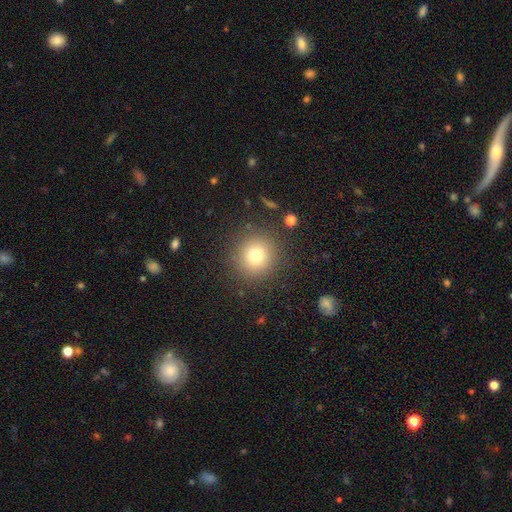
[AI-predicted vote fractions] Smooth or featured? Predicted: smooth (p=0.75). How rounded? Predicted: round (p=0.94). Merging? Predicted: none (p=0.87).